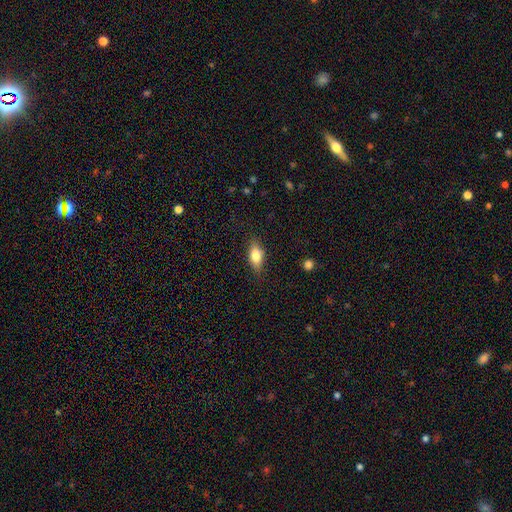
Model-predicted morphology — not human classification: Smooth or featured?
  - smooth: 75% *
  - featured or disk: 18%
  - star or artifact: 7%
How rounded?
  - in between: 80% *
  - cigar-shaped: 15%
  - round: 5%
Merging?
  - none: 82% *
  - minor disturbance: 13%
  - major disturbance: 3%
  - merger: 1%